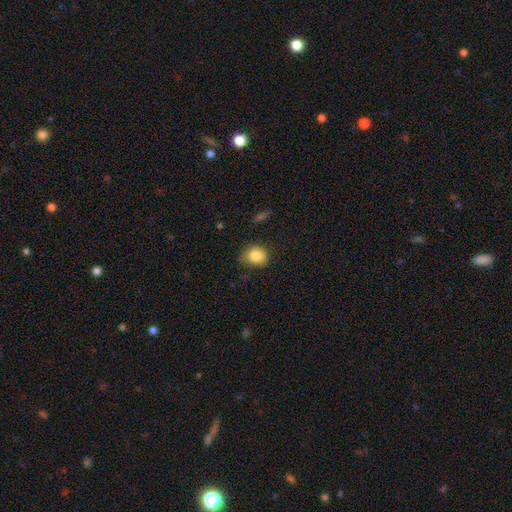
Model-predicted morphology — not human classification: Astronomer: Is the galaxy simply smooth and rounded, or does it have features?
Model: smooth — 84%.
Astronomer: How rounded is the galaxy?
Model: round — 56% (runner-up: in between, 43%).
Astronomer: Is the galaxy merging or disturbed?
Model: none — 67%.